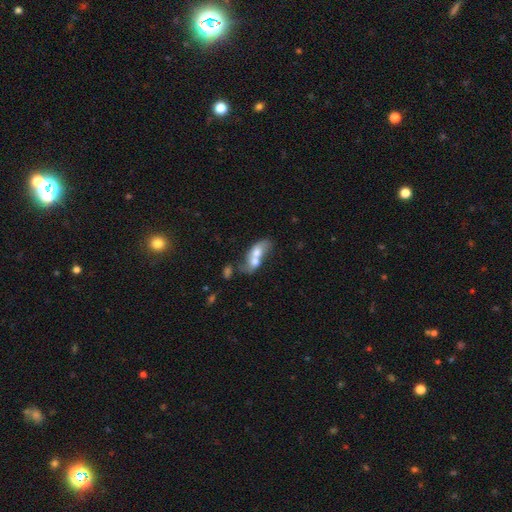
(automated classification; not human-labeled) This is possibly a smooth galaxy (58%). How rounded: likely in between (75%). Merging: likely merger (72%).